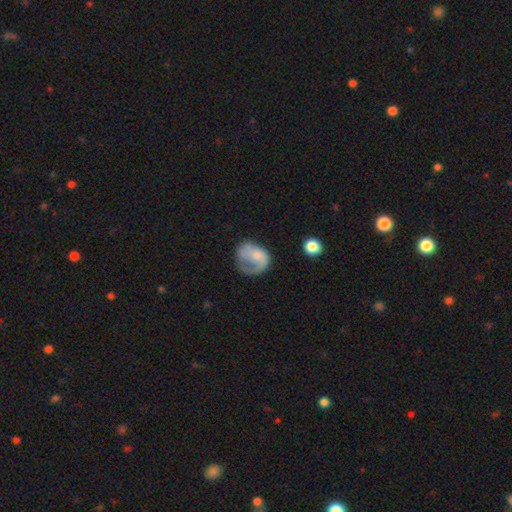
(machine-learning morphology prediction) This appears to be a smooth galaxy with no disk features (53%) that is round (61%). Merging: none (38%).